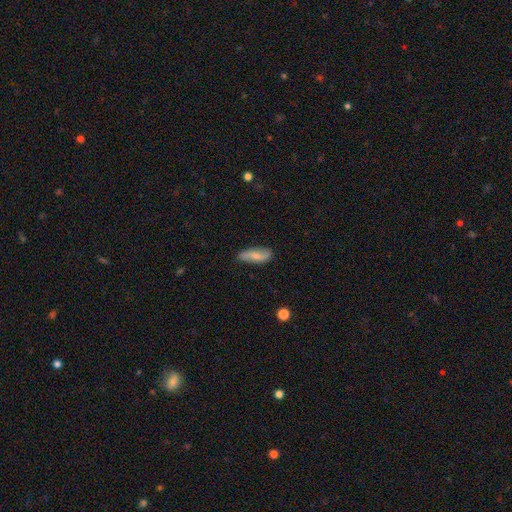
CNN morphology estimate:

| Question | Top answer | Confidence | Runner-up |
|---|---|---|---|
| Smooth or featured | smooth | 55% | featured or disk (38%) |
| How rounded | in between | 64% | cigar-shaped (33%) |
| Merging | none | 80% | minor disturbance (16%) |